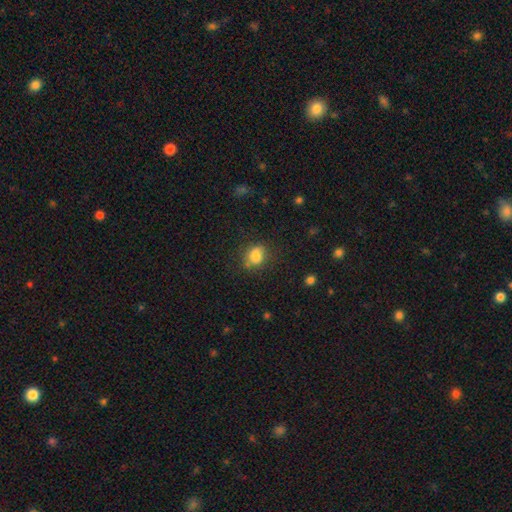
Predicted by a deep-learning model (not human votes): Q: Smooth or featured?
A: smooth (80%); runner-up: star or artifact (11%)
Q: How rounded?
A: in between (51%); runner-up: round (47%)
Q: Merging?
A: none (68%); runner-up: minor disturbance (20%)